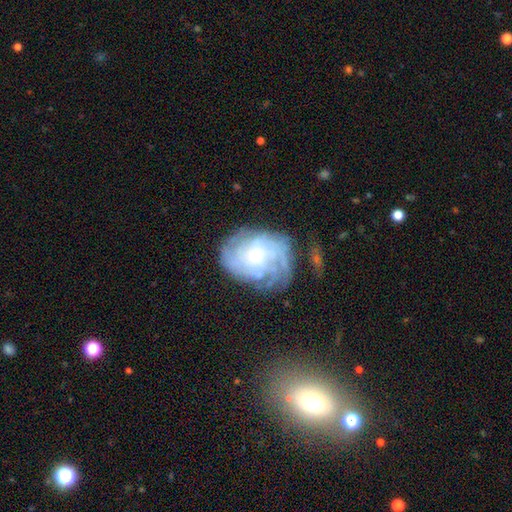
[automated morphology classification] smooth_or_featured: featured or disk (p=0.78) [alt: smooth p=0.14]
disk_edge_on: no (p=0.97) [alt: yes p=0.03]
bar: no (p=0.75) [alt: weak p=0.21]
has_spiral_arms: yes (p=0.92) [alt: no p=0.08]
spiral_winding: tight (p=0.64) [alt: medium p=0.26]
spiral_arm_count: can't tell (p=0.41) [alt: 4 p=0.17]
bulge_size: small (p=0.73) [alt: moderate p=0.22]
merging: none (p=0.63) [alt: minor disturbance p=0.21]